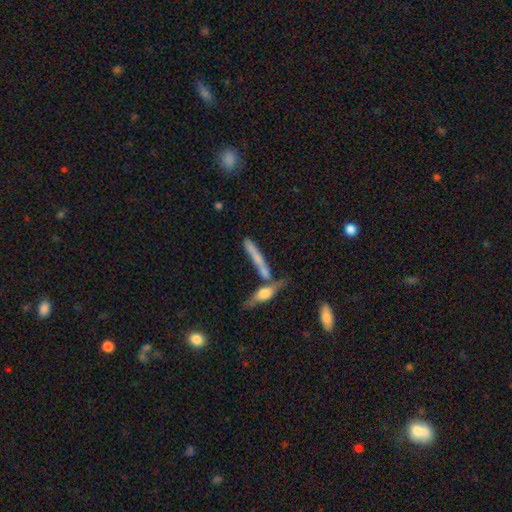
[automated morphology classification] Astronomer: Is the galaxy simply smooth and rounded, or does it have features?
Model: smooth — 57% (runner-up: featured or disk, 35%).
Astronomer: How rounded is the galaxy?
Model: cigar-shaped — 86%.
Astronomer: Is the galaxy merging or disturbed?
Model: none — 49% (runner-up: merger, 33%).